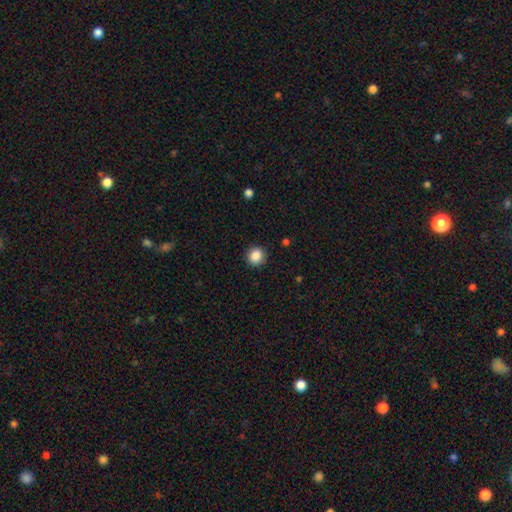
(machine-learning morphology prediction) Smooth or featured?
  - smooth: 88% *
  - star or artifact: 9%
  - featured or disk: 3%
How rounded?
  - round: 88% *
  - in between: 11%
  - cigar-shaped: 1%
Merging?
  - none: 90% *
  - minor disturbance: 7%
  - major disturbance: 2%
  - merger: 1%